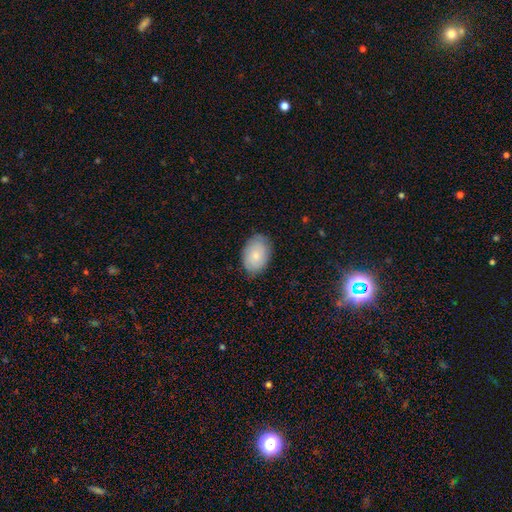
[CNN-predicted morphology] This appears to be a smooth galaxy with no disk features (80%) that is in between round and cigar-shaped (86%). Merging: none (80%).